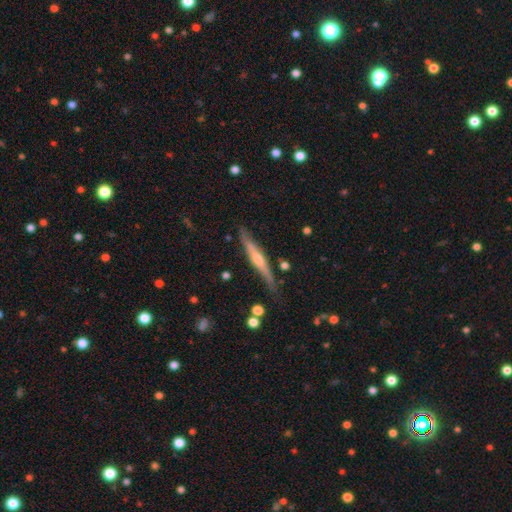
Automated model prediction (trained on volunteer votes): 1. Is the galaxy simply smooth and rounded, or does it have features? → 69% featured or disk, 25% smooth, 6% star or artifact.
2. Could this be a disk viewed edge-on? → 95% yes, 5% no.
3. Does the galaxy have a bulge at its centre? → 74% rounded, 17% none, 9% boxy.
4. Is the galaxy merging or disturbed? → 80% none, 14% minor disturbance, 3% major disturbance, 3% merger.